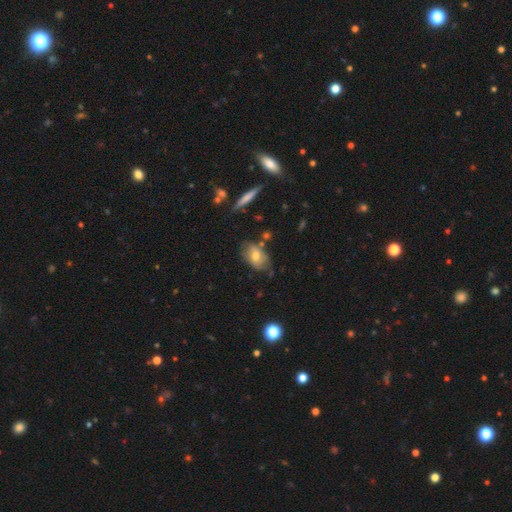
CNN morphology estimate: A smooth galaxy with no disk features (63%) that is in between round and cigar-shaped (87%).

Vote fractions:
- Smooth or featured? smooth: 63% / featured or disk: 29% / star or artifact: 8%
- How rounded? in between: 87% / round: 10% / cigar-shaped: 3%
- Merging? none: 61% / minor disturbance: 27% / major disturbance: 7% / merger: 5%